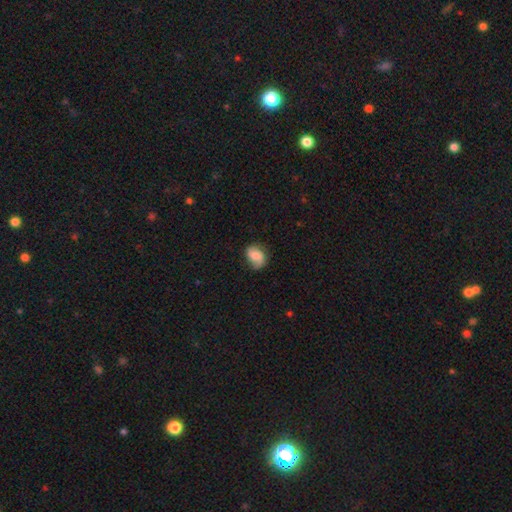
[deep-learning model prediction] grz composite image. It shows a smooth galaxy with no disk features (62%) that is in between round and cigar-shaped (65%). Merging: none (65%).